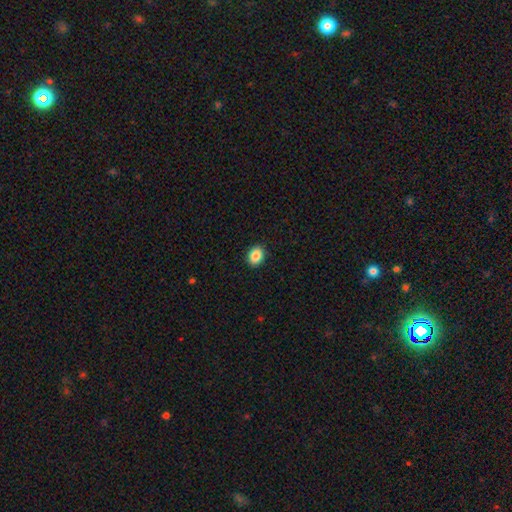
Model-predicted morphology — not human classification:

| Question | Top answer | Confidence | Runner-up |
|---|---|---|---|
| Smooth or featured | smooth | 87% | star or artifact (9%) |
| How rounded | in between | 54% | round (45%) |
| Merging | none | 90% | minor disturbance (7%) |